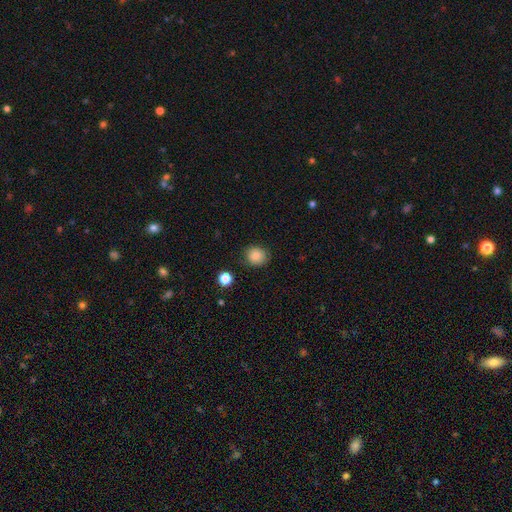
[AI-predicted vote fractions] This appears to be a smooth galaxy with no disk features (85%) that is round (79%). Merging: none (82%).